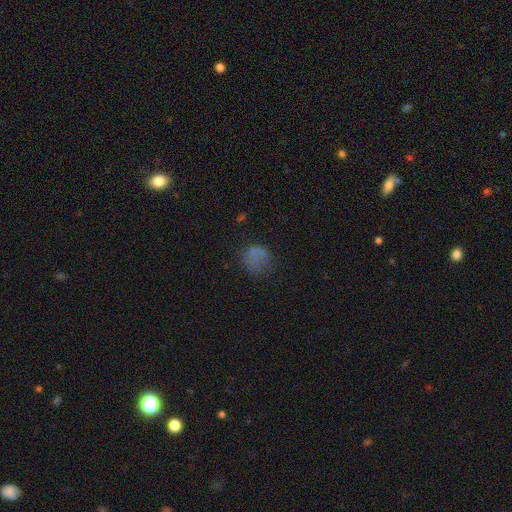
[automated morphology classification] smooth 62%, star or artifact 19%, featured or disk 19%. Down the decision tree: how rounded — round (67%); merging — none (49%).